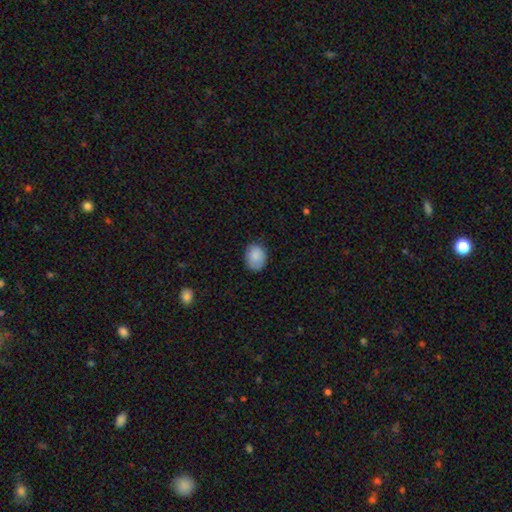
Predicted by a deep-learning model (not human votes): Smooth or featured? Predicted: smooth (p=0.86). How rounded? Predicted: in between (p=0.54). Merging? Predicted: none (p=0.77).